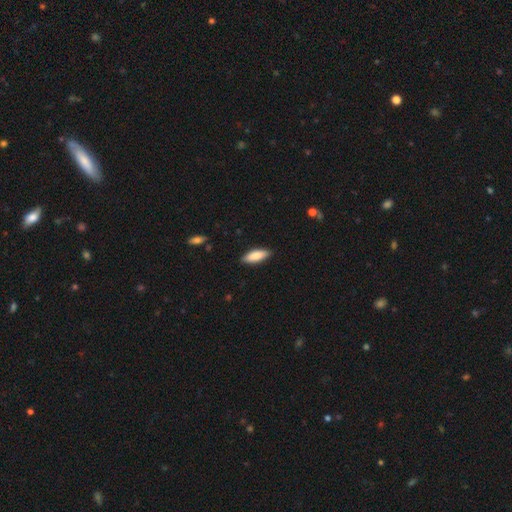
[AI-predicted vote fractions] A smooth galaxy with no disk features (85%) that is in between round and cigar-shaped (64%).

Vote fractions:
- Smooth or featured? smooth: 85% / featured or disk: 9% / star or artifact: 6%
- How rounded? in between: 64% / cigar-shaped: 35% / round: 2%
- Merging? none: 87% / minor disturbance: 10% / major disturbance: 2% / merger: 1%